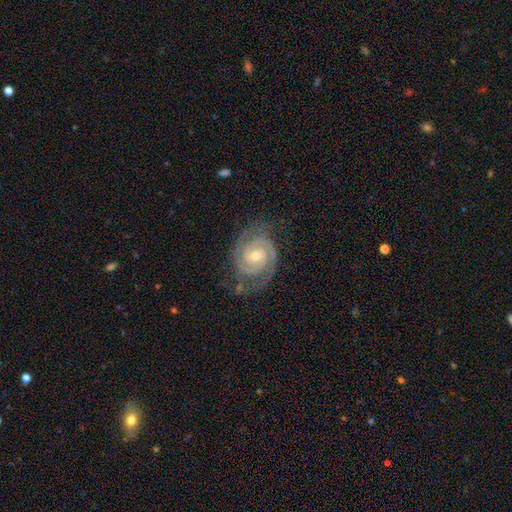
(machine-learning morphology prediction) The model was most divided on "bulge size": small: 51%, moderate: 46%, large: 1%, none: 1%, dominant: 1%. More confident: spiral arms — yes (99%); edge-on disk — no (98%); smooth or featured — featured or disk (94%); spiral arm count — 2 (81%); spiral winding — tight (79%); merging — none (75%); bar — no (61%).